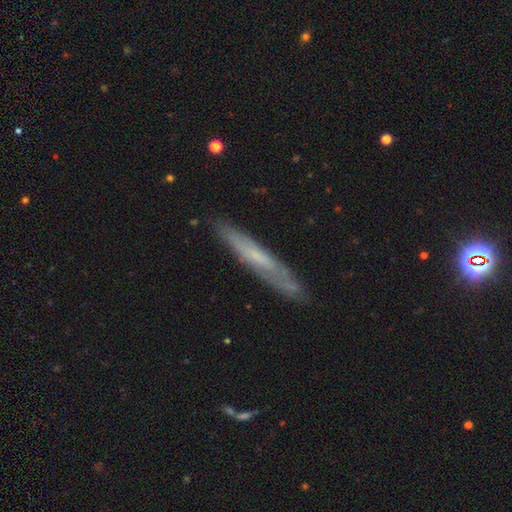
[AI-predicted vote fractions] featured or disk 50%, smooth 43%, star or artifact 7%. Down the decision tree: merging — none (81%).